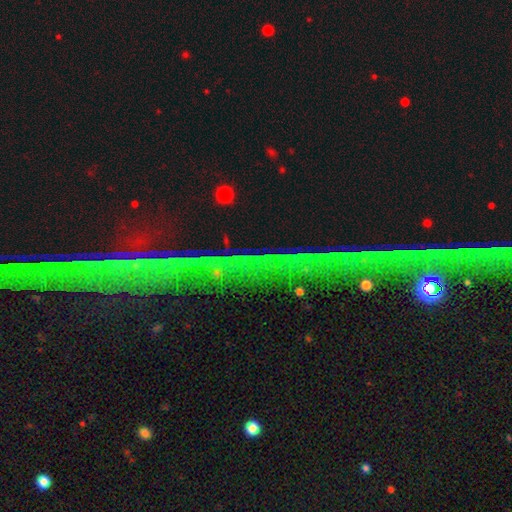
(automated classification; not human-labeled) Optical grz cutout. It shows a star or artifact, not a galaxy (81%).